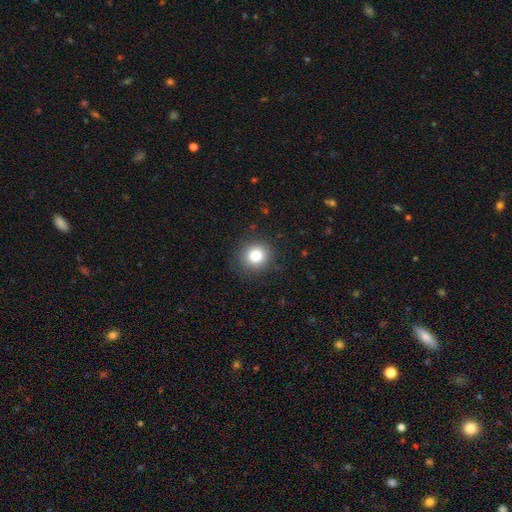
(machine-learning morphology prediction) Smooth or featured?
  - smooth: 84% *
  - star or artifact: 11%
  - featured or disk: 6%
How rounded?
  - round: 90% *
  - in between: 9%
  - cigar-shaped: 1%
Merging?
  - none: 85% *
  - minor disturbance: 10%
  - major disturbance: 4%
  - merger: 1%